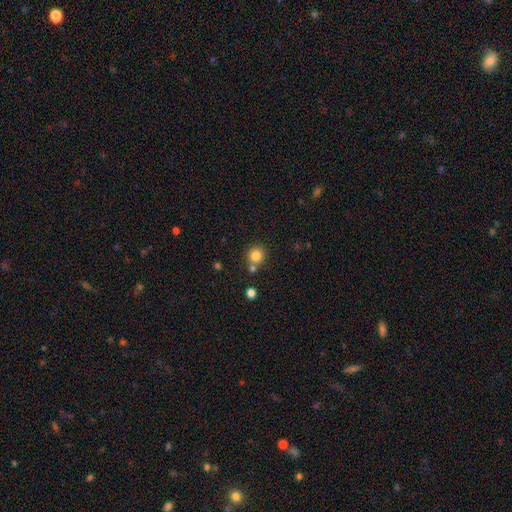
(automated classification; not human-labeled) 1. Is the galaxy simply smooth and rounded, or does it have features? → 83% smooth, 11% star or artifact, 6% featured or disk.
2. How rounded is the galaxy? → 90% round, 9% in between, 1% cigar-shaped.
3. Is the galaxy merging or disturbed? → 69% none, 19% merger, 9% minor disturbance, 3% major disturbance.